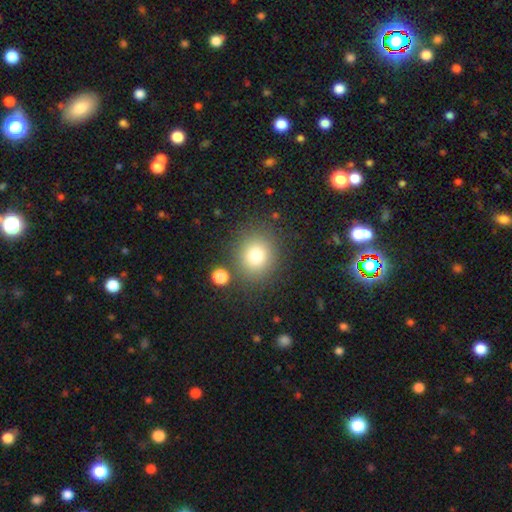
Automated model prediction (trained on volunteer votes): Smooth or featured? smooth (77%)
How rounded? round (82%)
Merging? none (82%)